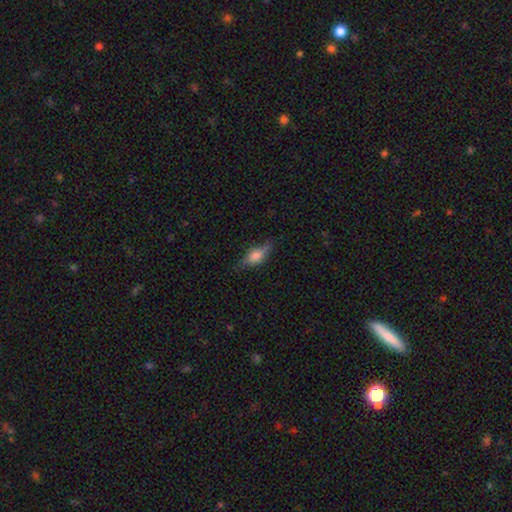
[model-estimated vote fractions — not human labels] A smooth galaxy with no disk features (60%) that is in between round and cigar-shaped (71%).

Vote fractions:
- Smooth or featured? smooth: 60% / featured or disk: 32% / star or artifact: 8%
- How rounded? in between: 71% / cigar-shaped: 25% / round: 4%
- Merging? none: 70% / minor disturbance: 23% / major disturbance: 6% / merger: 1%